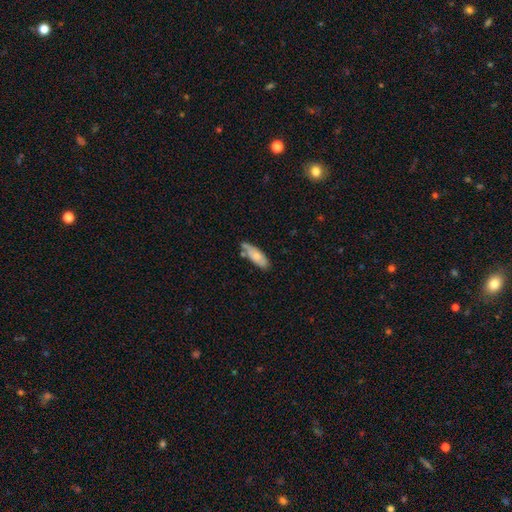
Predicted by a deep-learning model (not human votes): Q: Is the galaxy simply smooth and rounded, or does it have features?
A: smooth — 70%.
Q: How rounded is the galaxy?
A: in between — 71%.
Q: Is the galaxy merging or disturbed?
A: none — 56%.